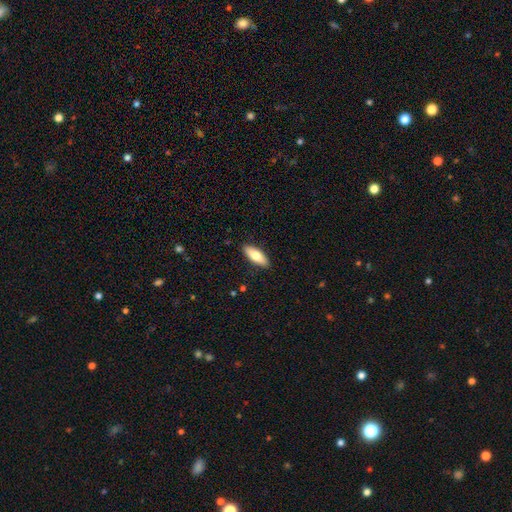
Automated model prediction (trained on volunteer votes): Q: Smooth or featured?
A: smooth (73%); runner-up: featured or disk (22%)
Q: How rounded?
A: in between (66%); runner-up: cigar-shaped (31%)
Q: Merging?
A: none (89%); runner-up: minor disturbance (8%)